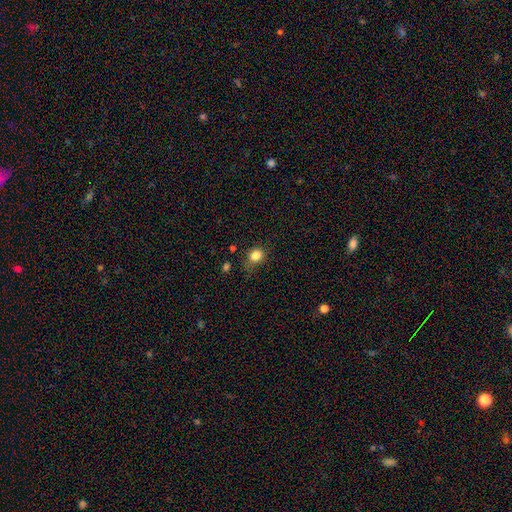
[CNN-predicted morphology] type=smooth (83%); roundness=round (64%); merging=none (64%).